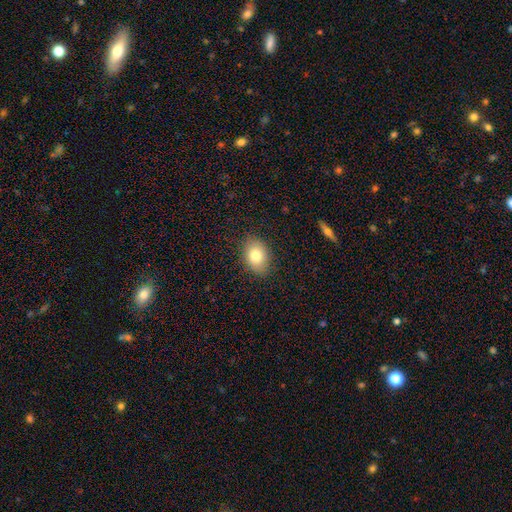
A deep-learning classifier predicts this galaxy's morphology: A smooth galaxy with no disk features (80%) that is in between round and cigar-shaped (75%). Merging: none (85%).